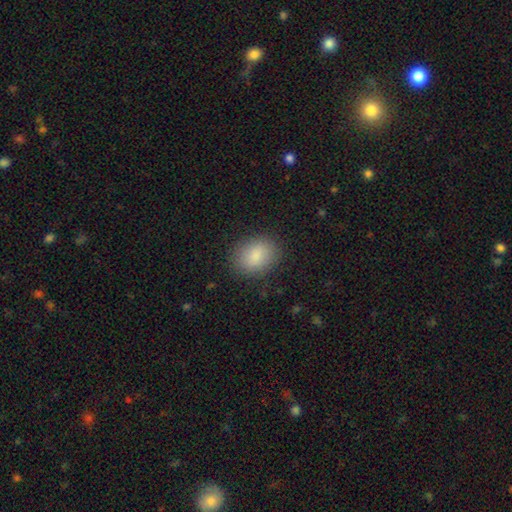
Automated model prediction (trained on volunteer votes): smooth 87%, star or artifact 7%, featured or disk 6%. Down the decision tree: how rounded — in between (61%); merging — none (86%).